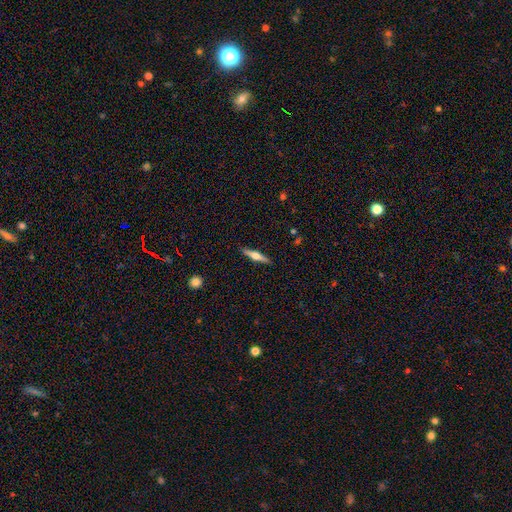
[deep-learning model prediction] Smooth or featured: featured or disk — 57% (smooth — 38%)
Edge-on disk: yes — 96% (no — 4%)
Edge-on bulge: rounded — 91% (boxy — 5%)
Merging: none — 91% (minor disturbance — 7%)